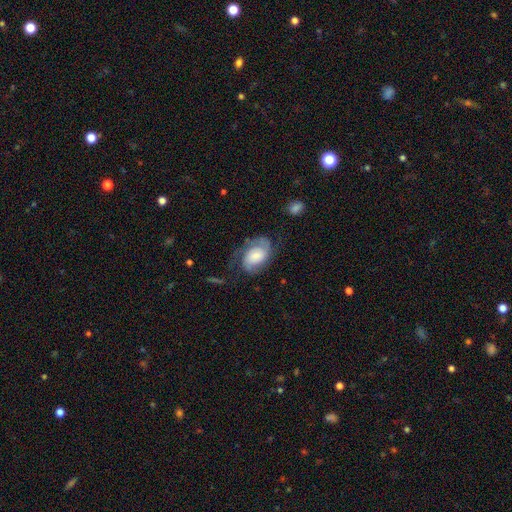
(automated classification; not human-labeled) This appears to be a featured or disk galaxy (71%) with no bar (65%), 2 (79%) medium (45%) spiral arms (92%) and a small central bulge (34%). Merging: none (56%).